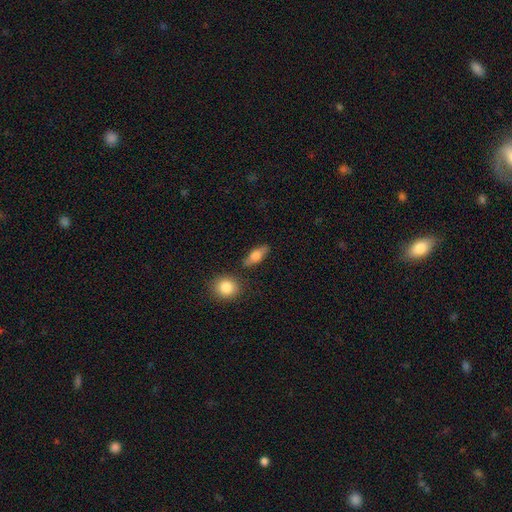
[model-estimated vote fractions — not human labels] Q: Smooth or featured?
A: smooth (67%); runner-up: featured or disk (26%)
Q: How rounded?
A: in between (73%); runner-up: cigar-shaped (21%)
Q: Merging?
A: none (82%); runner-up: minor disturbance (11%)